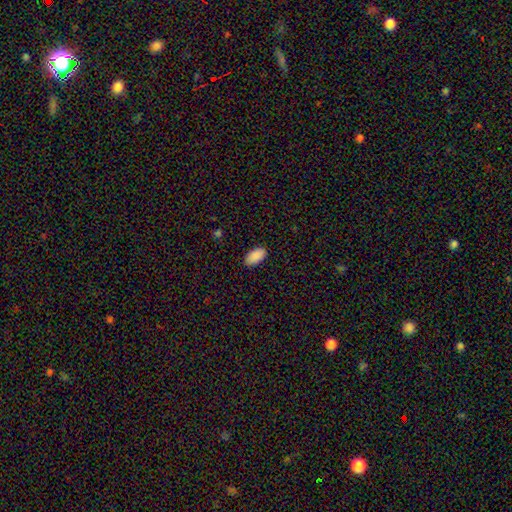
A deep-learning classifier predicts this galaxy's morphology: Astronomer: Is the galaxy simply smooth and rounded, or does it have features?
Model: smooth — 90%.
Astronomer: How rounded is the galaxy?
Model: in between — 95%.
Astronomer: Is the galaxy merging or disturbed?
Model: none — 88%.